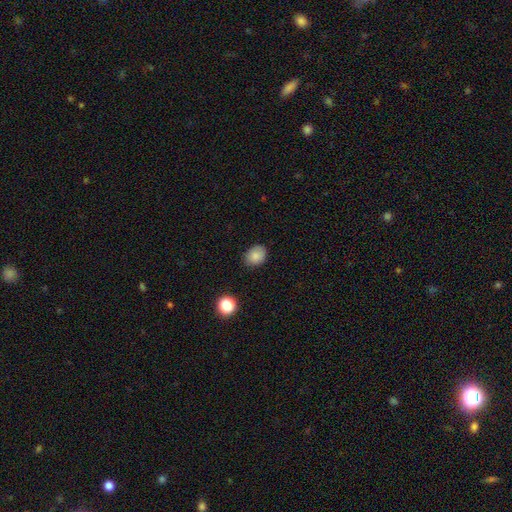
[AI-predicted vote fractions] Smooth or featured? smooth (85%)
How rounded? in between (61%)
Merging? none (82%)